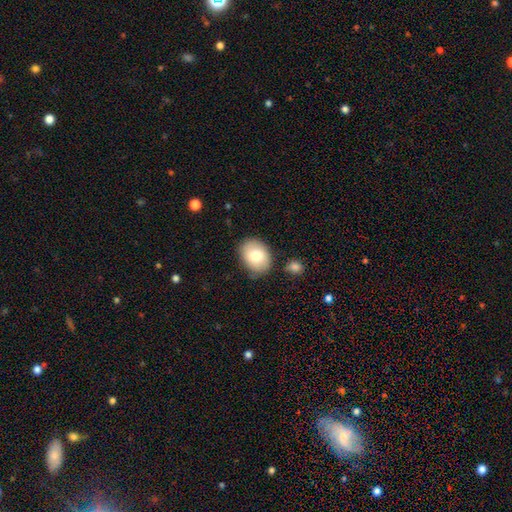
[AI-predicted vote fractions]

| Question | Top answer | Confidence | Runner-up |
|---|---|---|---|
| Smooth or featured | smooth | 78% | featured or disk (15%) |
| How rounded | in between | 70% | round (29%) |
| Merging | none | 79% | minor disturbance (14%) |